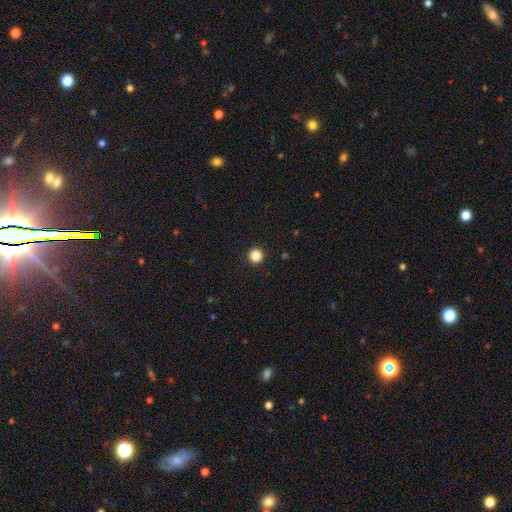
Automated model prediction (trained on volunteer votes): Smooth or featured: smooth — 87% (star or artifact — 11%)
How rounded: round — 96% (in between — 3%)
Merging: none — 94% (minor disturbance — 4%)